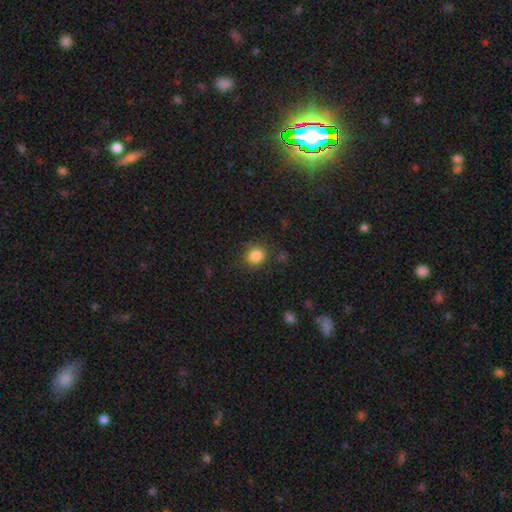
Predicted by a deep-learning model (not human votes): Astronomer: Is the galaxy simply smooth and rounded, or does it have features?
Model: smooth — 85%.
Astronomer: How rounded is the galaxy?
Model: round — 70%.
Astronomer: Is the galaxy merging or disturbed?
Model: none — 83%.